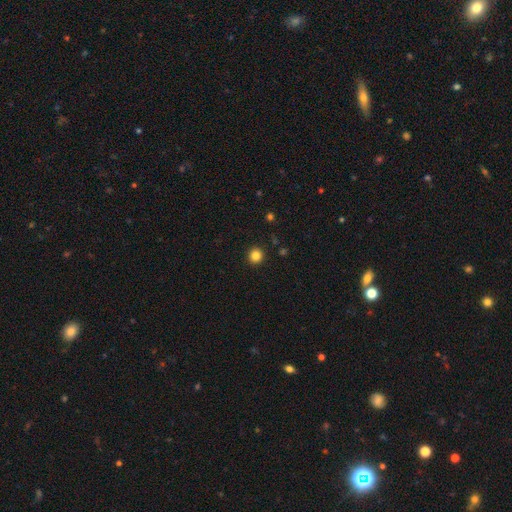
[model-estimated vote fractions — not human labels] Morphology: type=smooth (83%); roundness=round (94%); merging=none (93%).